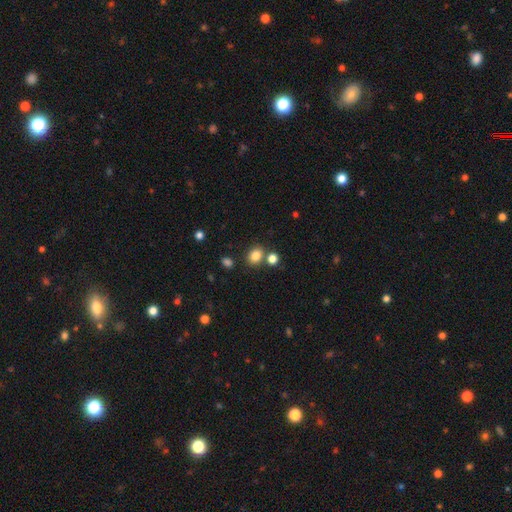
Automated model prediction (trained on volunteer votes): smooth 83%, star or artifact 12%, featured or disk 6%. Down the decision tree: how rounded — round (50%); merging — none (70%).